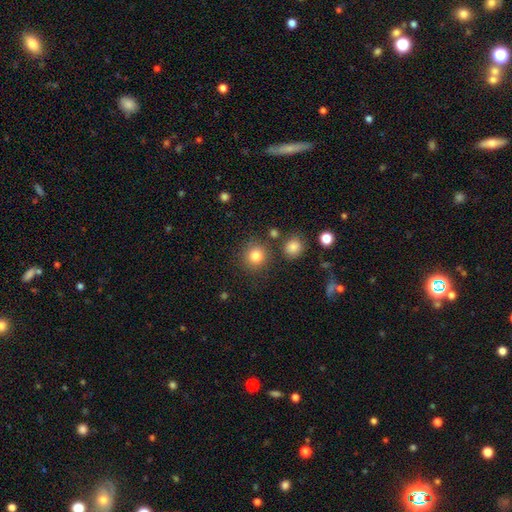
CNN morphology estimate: Overall: smooth (83%). How rounded: round (91%). Merging: none (83%).